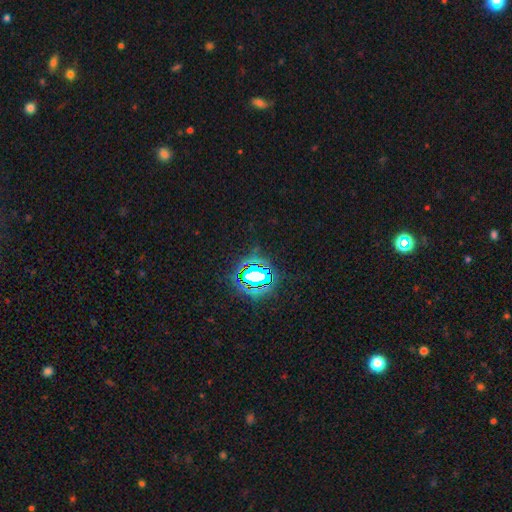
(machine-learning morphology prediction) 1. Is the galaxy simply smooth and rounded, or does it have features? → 80% star or artifact, 12% smooth, 8% featured or disk.